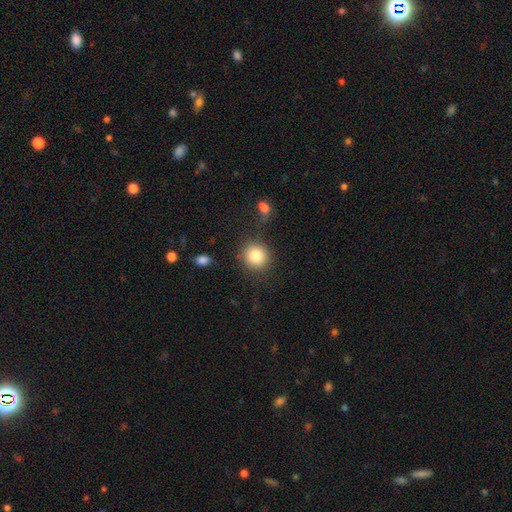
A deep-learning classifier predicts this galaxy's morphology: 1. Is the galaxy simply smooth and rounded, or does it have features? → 83% smooth, 10% star or artifact, 7% featured or disk.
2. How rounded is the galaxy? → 91% round, 8% in between, 1% cigar-shaped.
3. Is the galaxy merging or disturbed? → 84% none, 9% minor disturbance, 4% merger, 4% major disturbance.